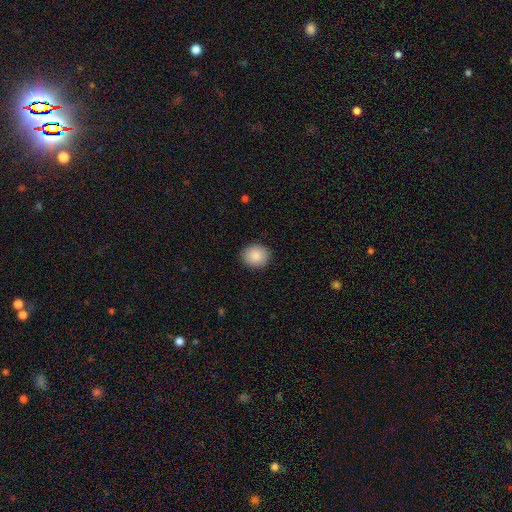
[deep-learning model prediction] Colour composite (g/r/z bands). It shows a smooth galaxy with no disk features (88%) that is round (77%). Merging: none (90%).